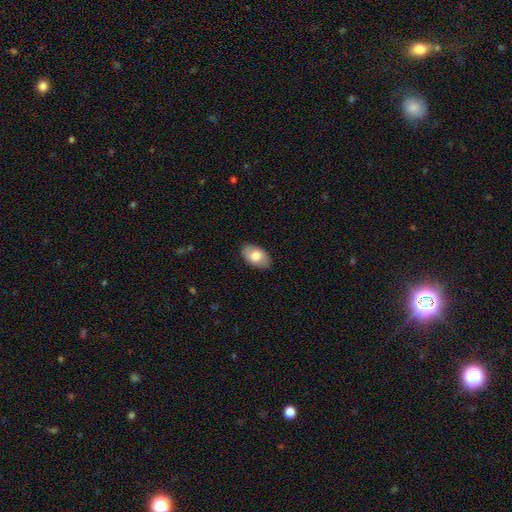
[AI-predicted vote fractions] Smooth or featured?
  - smooth: 75% *
  - featured or disk: 18%
  - star or artifact: 6%
How rounded?
  - in between: 93% *
  - round: 6%
  - cigar-shaped: 1%
Merging?
  - none: 86% *
  - minor disturbance: 11%
  - major disturbance: 2%
  - merger: 1%